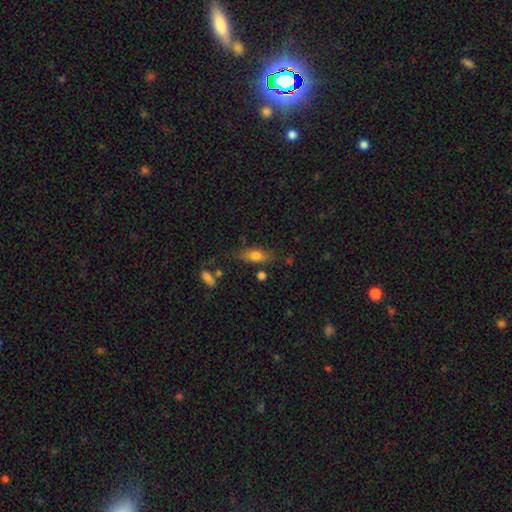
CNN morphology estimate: type=smooth (73%); roundness=in between (72%); merging=none (73%).